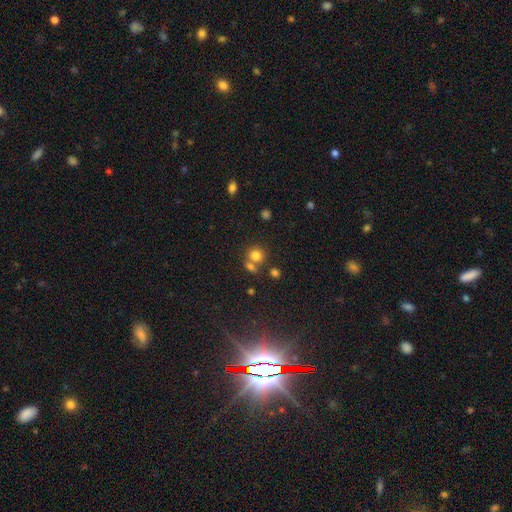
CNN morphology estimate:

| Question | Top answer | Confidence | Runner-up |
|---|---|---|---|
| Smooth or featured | smooth | 78% | star or artifact (14%) |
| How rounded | round | 82% | in between (17%) |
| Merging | none | 55% | merger (33%) |